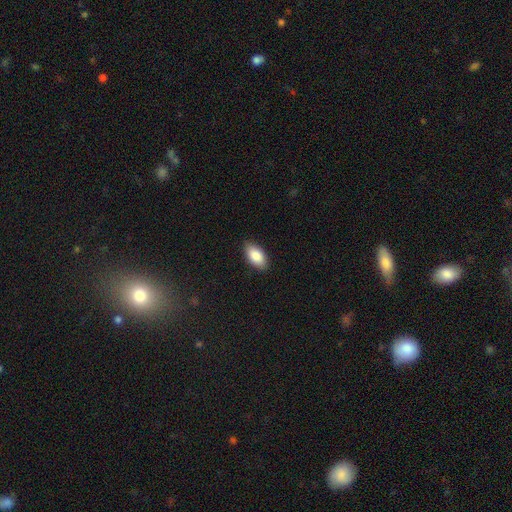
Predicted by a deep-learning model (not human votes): smooth-or-featured: smooth: 88% | star or artifact: 6% | featured or disk: 6%
  how-rounded: in between: 94% | round: 3% | cigar-shaped: 3%
  merging: none: 87% | minor disturbance: 10% | major disturbance: 2% | merger: 1%